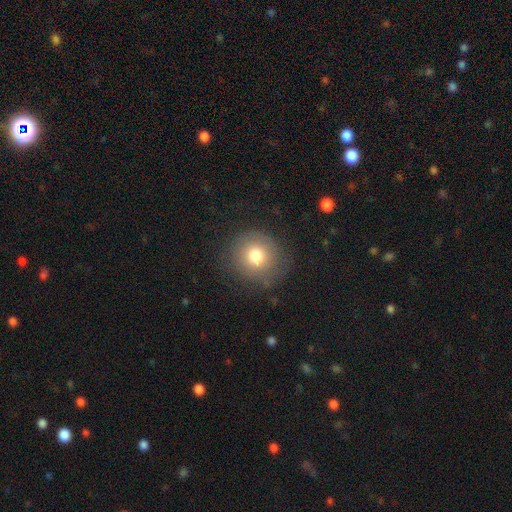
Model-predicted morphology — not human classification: smooth-or-featured: smooth: 76% | featured or disk: 14% | star or artifact: 11%
  how-rounded: round: 90% | in between: 9% | cigar-shaped: 1%
  merging: none: 79% | minor disturbance: 13% | major disturbance: 6% | merger: 1%